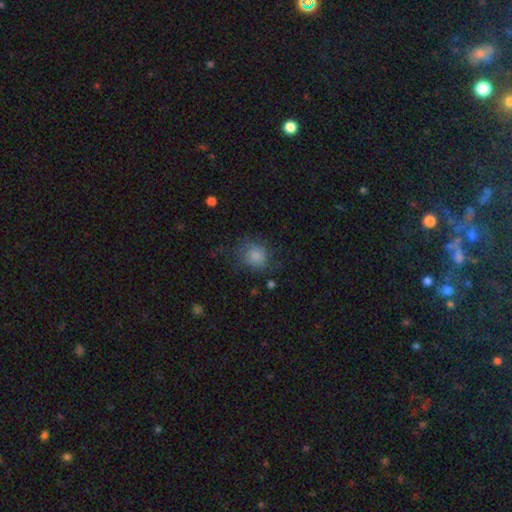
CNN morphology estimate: smooth 81%, star or artifact 10%, featured or disk 10%. Down the decision tree: how rounded — round (70%); merging — none (60%).